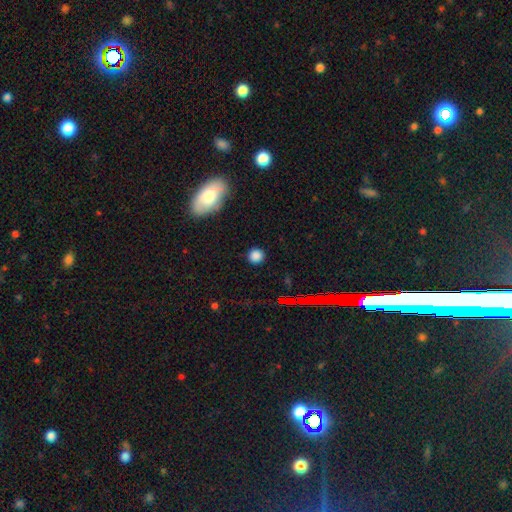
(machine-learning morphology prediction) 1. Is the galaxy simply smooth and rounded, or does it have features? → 82% smooth, 14% star or artifact, 5% featured or disk.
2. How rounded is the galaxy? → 93% round, 6% in between, 1% cigar-shaped.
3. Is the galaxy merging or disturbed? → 89% none, 7% minor disturbance, 2% major disturbance, 1% merger.